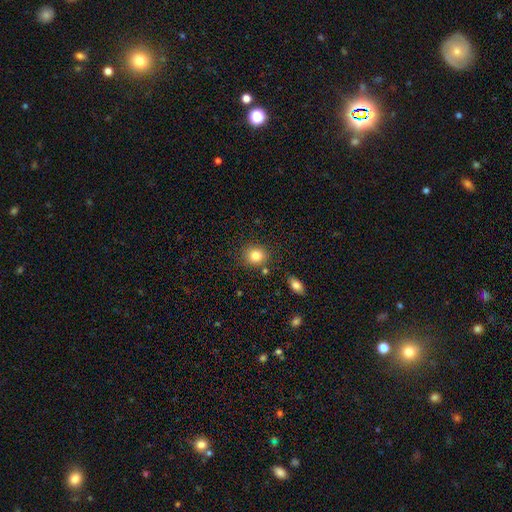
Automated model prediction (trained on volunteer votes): A smooth galaxy with no disk features (82%) that is round (76%). Merging: none (82%).